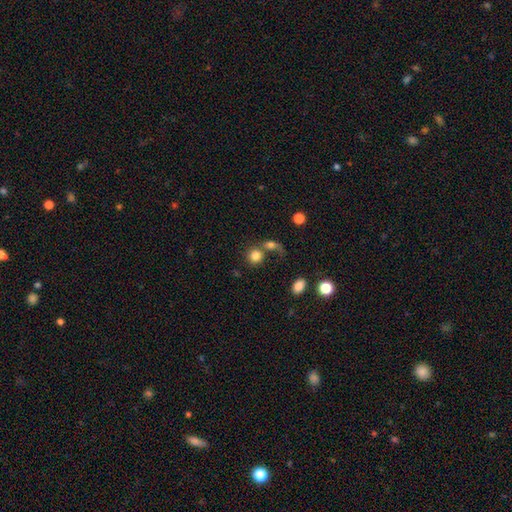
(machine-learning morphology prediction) Smooth or featured? Predicted: smooth (p=0.80). How rounded? Predicted: round (p=0.87). Merging? Predicted: none (p=0.49).